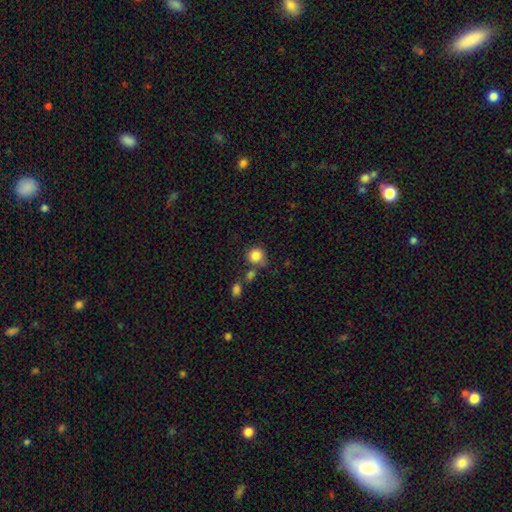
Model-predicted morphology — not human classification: This appears to be a smooth galaxy with no disk features (85%) that is round (89%). Merging: none (68%).